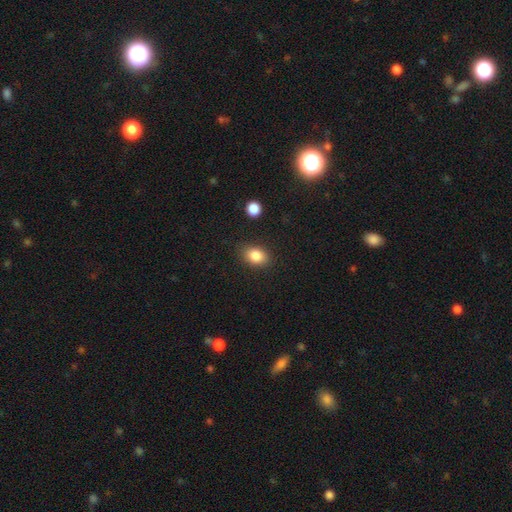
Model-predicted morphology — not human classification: Smooth or featured?
  - smooth: 85% *
  - star or artifact: 9%
  - featured or disk: 6%
How rounded?
  - in between: 75% *
  - round: 24%
  - cigar-shaped: 1%
Merging?
  - none: 85% *
  - minor disturbance: 10%
  - major disturbance: 3%
  - merger: 2%